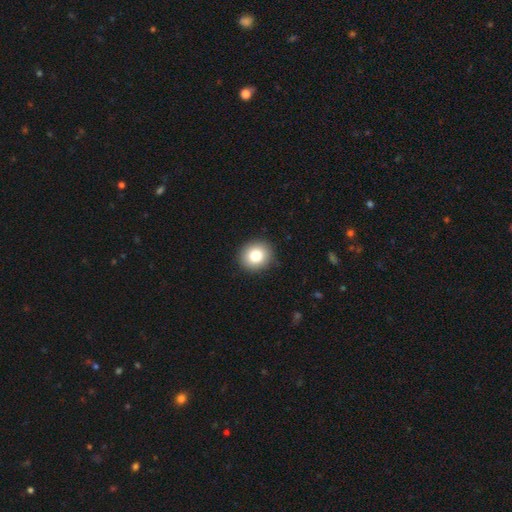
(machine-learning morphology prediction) This appears to be a smooth galaxy with no disk features (82%) that is round (80%). Merging: none (91%).